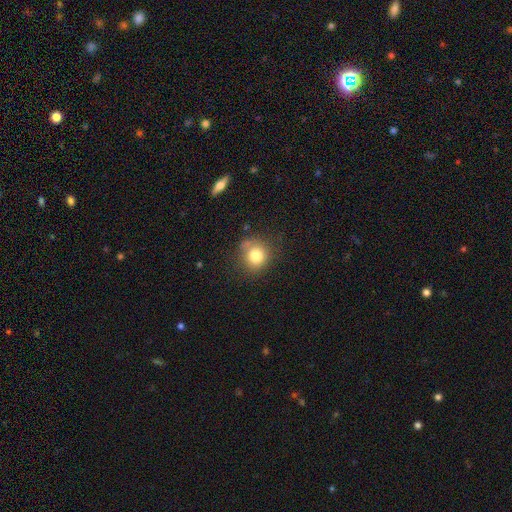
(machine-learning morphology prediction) Overall: smooth (79%). How rounded: round (85%). Merging: none (69%).